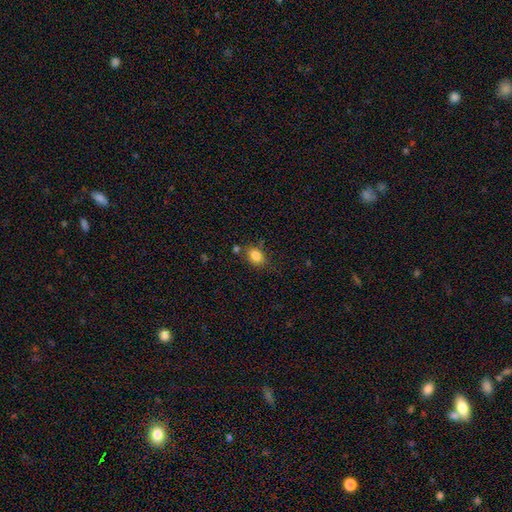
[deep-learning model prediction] The model was most divided on "how rounded": in between: 70%, round: 29%, cigar-shaped: 1%. More confident: smooth or featured — smooth (84%); merging — none (71%).